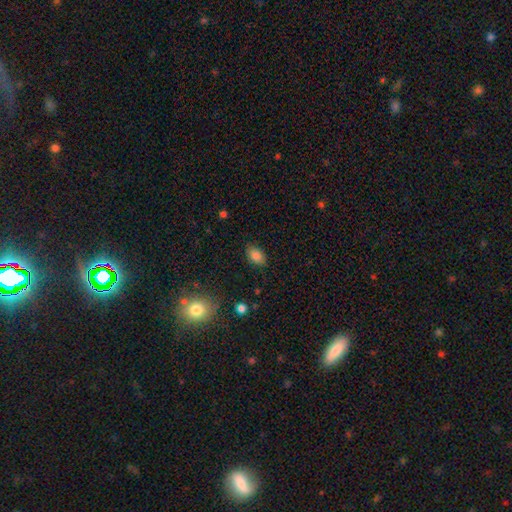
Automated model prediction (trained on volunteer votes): A smooth galaxy with no disk features (84%) that is in between round and cigar-shaped (87%). Merging: none (84%).